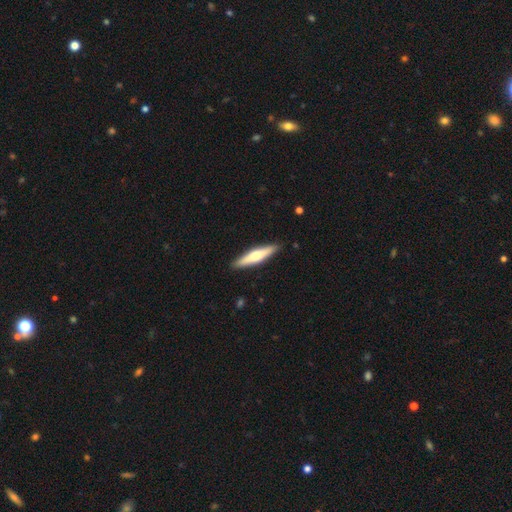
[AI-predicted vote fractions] Smooth or featured: featured or disk — 49% (smooth — 46%)
Merging: none — 90% (minor disturbance — 7%)